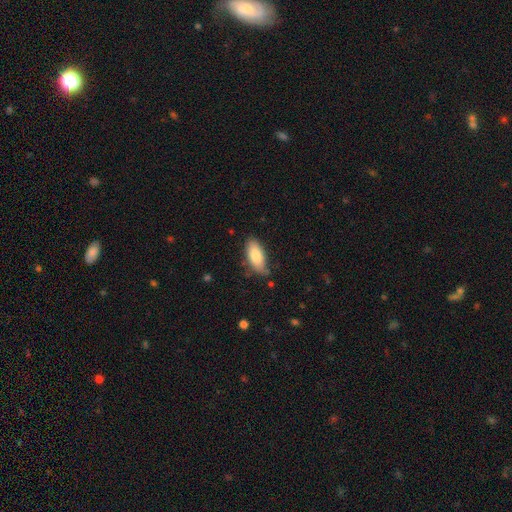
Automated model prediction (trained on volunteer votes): Overall: smooth (83%). How rounded: in between (87%). Merging: none (70%).